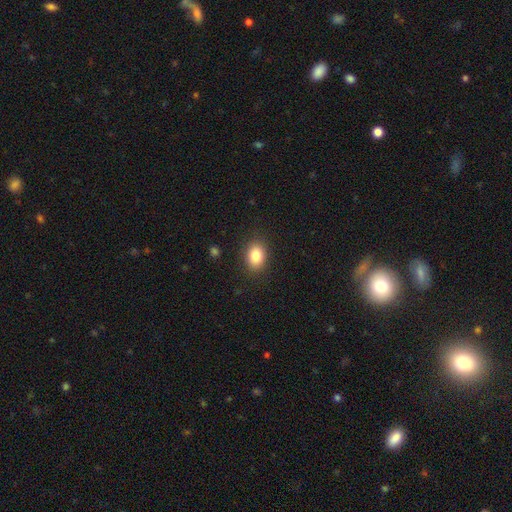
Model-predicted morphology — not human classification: Smooth or featured?
  - smooth: 84% *
  - star or artifact: 9%
  - featured or disk: 7%
How rounded?
  - in between: 73% *
  - round: 26%
  - cigar-shaped: 1%
Merging?
  - none: 88% *
  - minor disturbance: 9%
  - major disturbance: 3%
  - merger: 1%